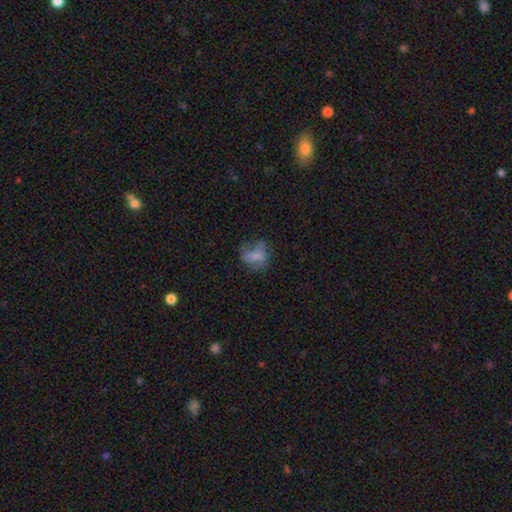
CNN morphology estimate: Overall: smooth (59%; featured or disk 27%). How rounded: in between (61%; round 36%). Merging: none (41%; major disturbance 30%).